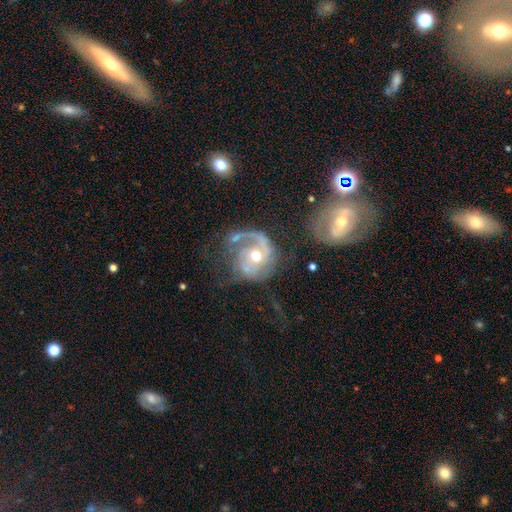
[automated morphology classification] featured or disk 82%, smooth 12%, star or artifact 6%. Down the decision tree: edge-on disk — no (98%); bar — no (72%); spiral arms — yes (89%); spiral arm count — 1 (54%); spiral winding — medium (41%); bulge size — moderate (71%); merging — none (40%).